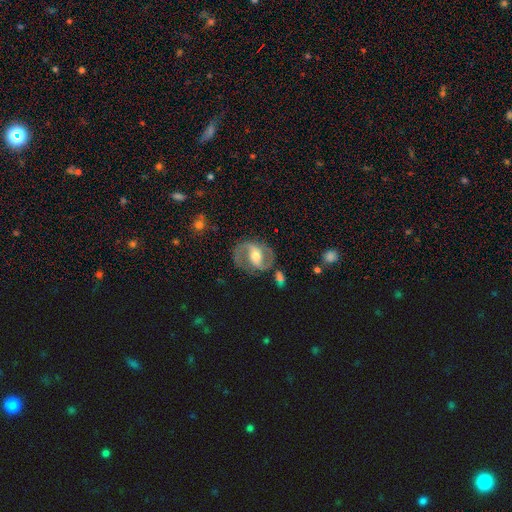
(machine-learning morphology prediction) smooth-or-featured: featured or disk: 83% | smooth: 12% | star or artifact: 5%
  disk-edge-on: no: 97% | yes: 3%
    bar: weak: 39% | strong: 37% | no: 24%
    has-spiral-arms: yes: 90% | no: 10%
      spiral-winding: medium: 55% | loose: 24% | tight: 21%
      spiral-arm-count: 2: 90% | can't tell: 4% | 1: 3% | 3: 1% | 4: 1% | more than 4: 1%
    bulge-size: moderate: 69% | small: 18% | large: 11% | none: 1% | dominant: 1%
  merging: none: 74% | minor disturbance: 15% | major disturbance: 8% | merger: 3%